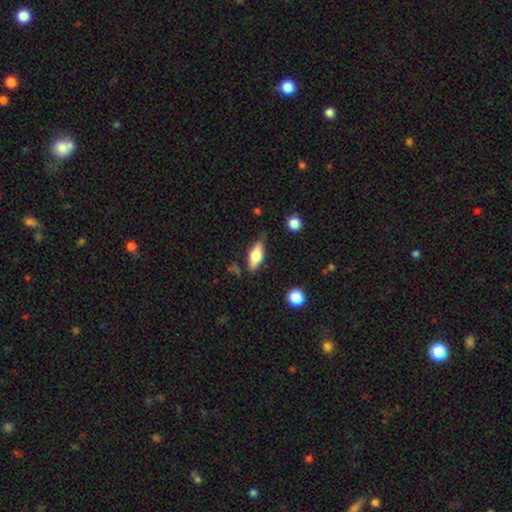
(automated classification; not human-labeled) This appears to be a smooth galaxy with no disk features (62%) that is in between round and cigar-shaped (72%). Merging: none (75%).